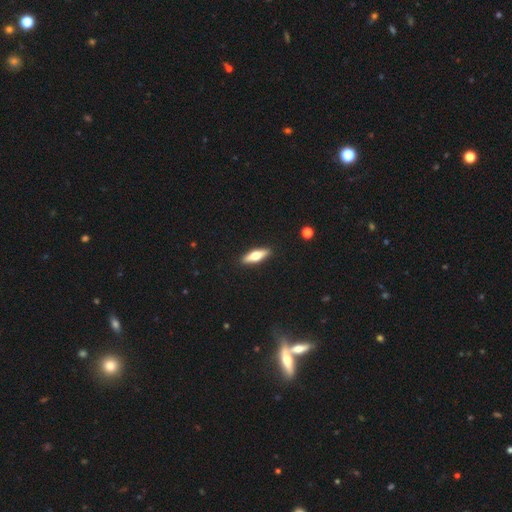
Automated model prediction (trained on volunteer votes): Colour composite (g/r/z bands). It shows a smooth galaxy with no disk features (50%). Merging: none (91%).